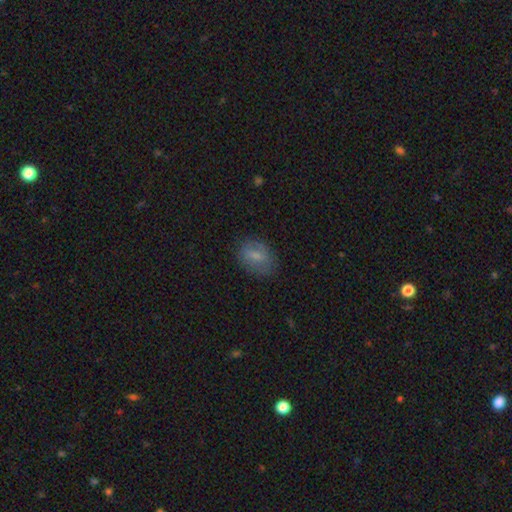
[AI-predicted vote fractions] Q: Smooth or featured?
A: smooth (66%); runner-up: featured or disk (25%)
Q: How rounded?
A: in between (70%); runner-up: round (28%)
Q: Merging?
A: none (74%); runner-up: minor disturbance (18%)